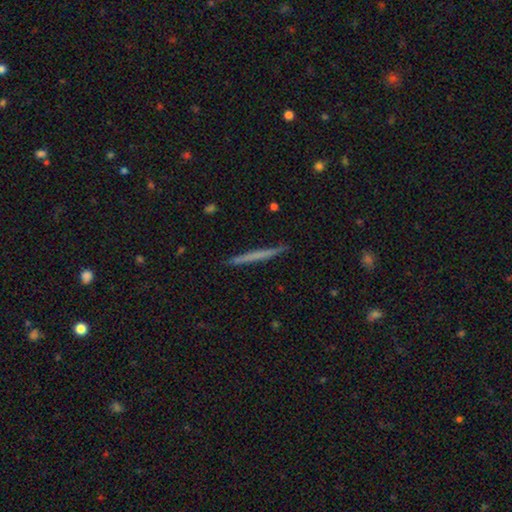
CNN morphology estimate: type=smooth (51%); roundness=cigar-shaped (97%); merging=none (91%).